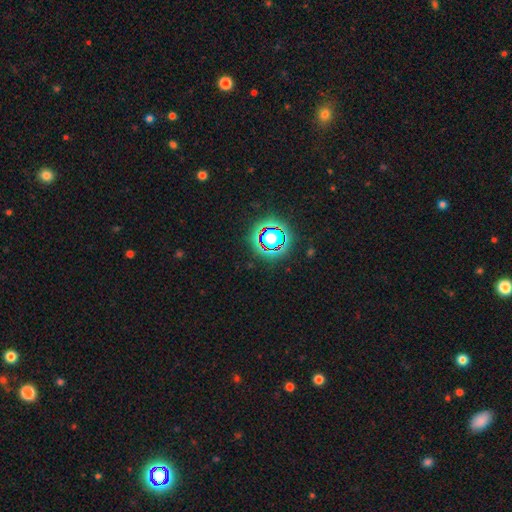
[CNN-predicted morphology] type=star or artifact (80%).